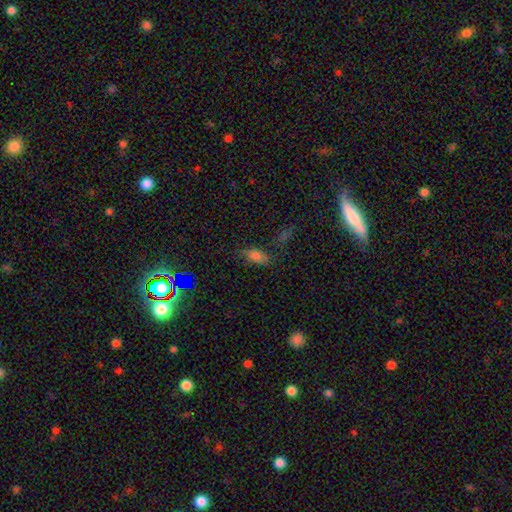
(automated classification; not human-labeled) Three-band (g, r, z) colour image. It shows a smooth galaxy with no disk features (73%) that is in between round and cigar-shaped (89%). Merging: none (63%).